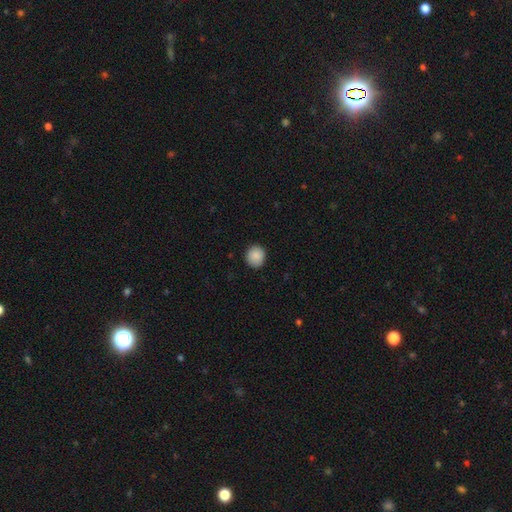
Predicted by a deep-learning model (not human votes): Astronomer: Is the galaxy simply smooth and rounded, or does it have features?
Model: smooth — 89%.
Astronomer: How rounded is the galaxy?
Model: round — 89%.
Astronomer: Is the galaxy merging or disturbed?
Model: none — 91%.